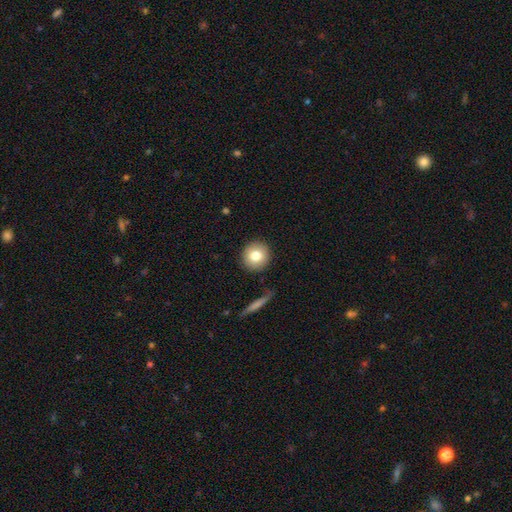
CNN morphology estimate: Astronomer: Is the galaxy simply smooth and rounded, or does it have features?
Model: smooth — 78%.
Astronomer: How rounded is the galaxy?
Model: round — 92%.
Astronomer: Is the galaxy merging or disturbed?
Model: none — 89%.